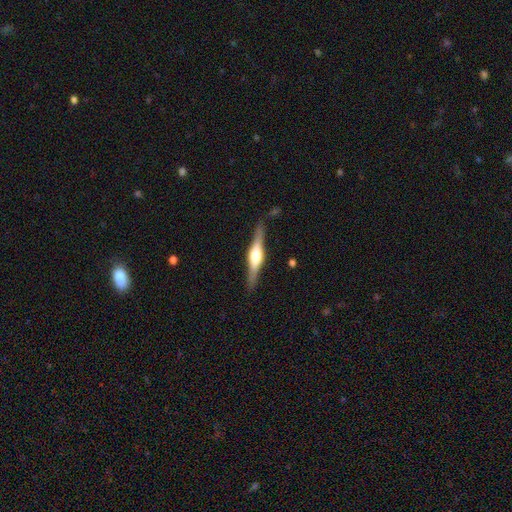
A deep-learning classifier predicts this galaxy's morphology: A featured or disk galaxy (77%) viewed edge-on (98%) with a rounded central bulge (83%).

Vote fractions:
- Smooth or featured? featured or disk: 77% / smooth: 17% / star or artifact: 5%
- Edge-on disk? yes: 98% / no: 2%
- Edge-on bulge? rounded: 83% / boxy: 15% / none: 2%
- Merging? none: 87% / minor disturbance: 10% / major disturbance: 2% / merger: 1%